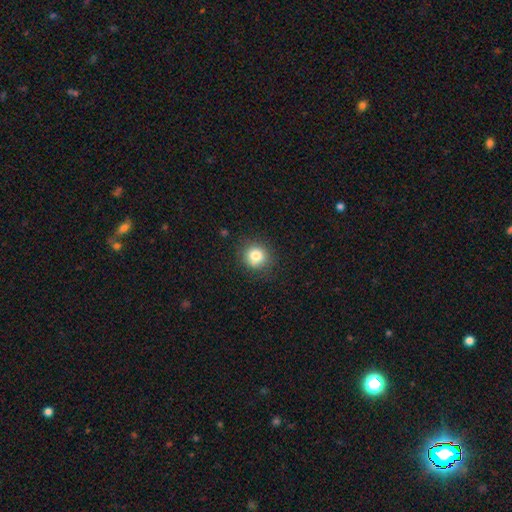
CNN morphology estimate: Overall: smooth (82%). How rounded: round (87%). Merging: none (85%).